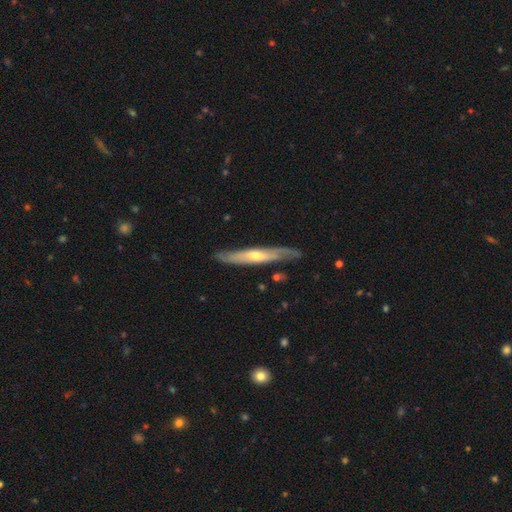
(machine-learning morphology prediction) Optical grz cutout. It shows a featured or disk galaxy (67%) viewed edge-on (84%) with a rounded central bulge (71%). Merging: none (82%).